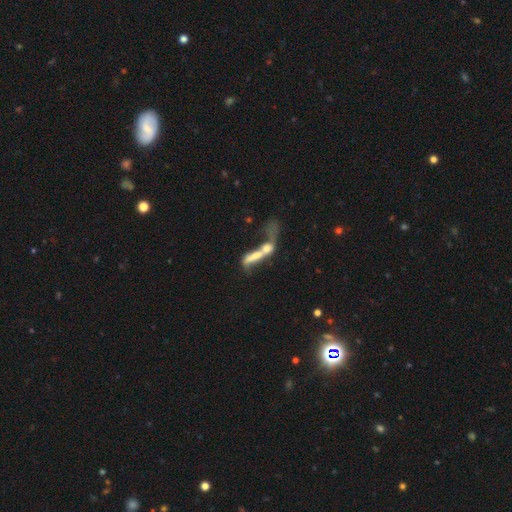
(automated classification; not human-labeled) A smooth galaxy with no disk features (46%). Merging: merger (65%).